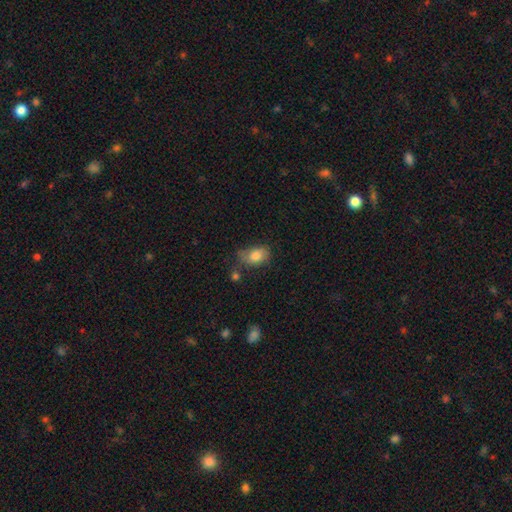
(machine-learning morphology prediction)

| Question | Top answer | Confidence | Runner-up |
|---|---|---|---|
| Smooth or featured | smooth | 78% | featured or disk (14%) |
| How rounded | in between | 83% | round (15%) |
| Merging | none | 50% | minor disturbance (32%) |